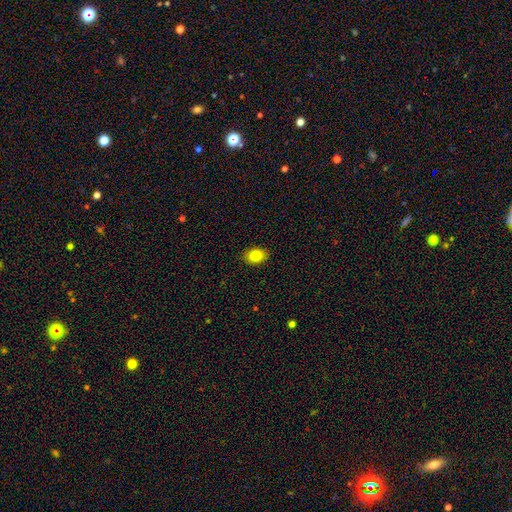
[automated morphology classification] Smooth or featured? smooth (83%)
How rounded? in between (72%)
Merging? none (89%)